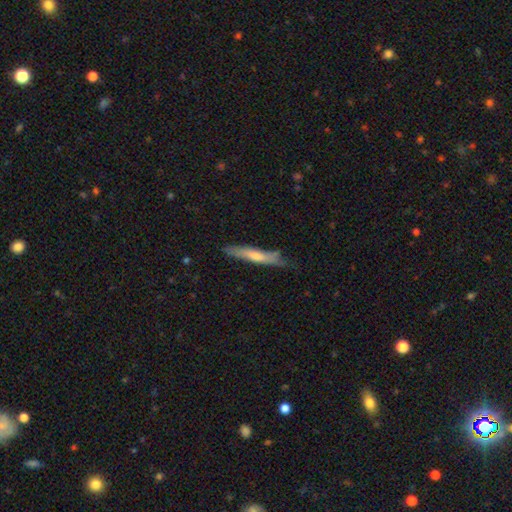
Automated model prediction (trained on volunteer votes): Overall: featured or disk (54%; smooth 38%). Edge-on disk: yes (91%). Merging: none (85%).